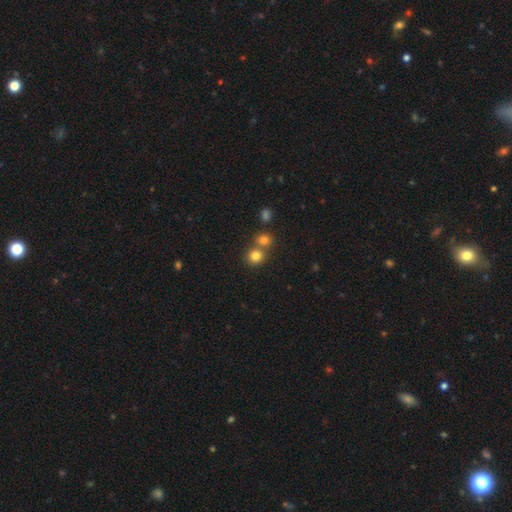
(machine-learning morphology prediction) smooth_or_featured: smooth (p=0.80) [alt: star or artifact p=0.13]
how_rounded: round (p=0.89) [alt: in between p=0.10]
merging: none (p=0.59) [alt: merger p=0.33]